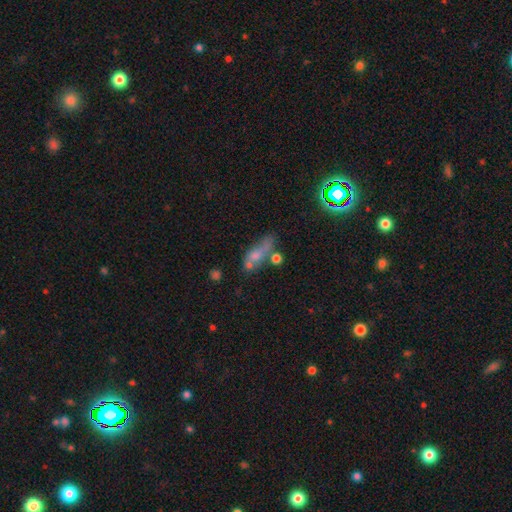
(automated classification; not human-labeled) smooth 58%, featured or disk 28%, star or artifact 14%. Down the decision tree: how rounded — in between (55%); merging — none (32%).